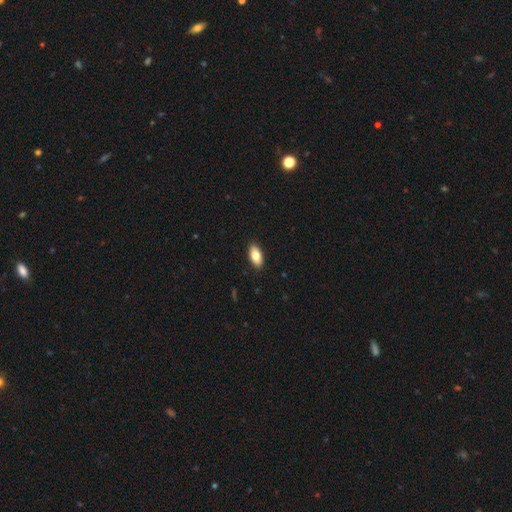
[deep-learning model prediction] Overall: smooth (78%). How rounded: in between (89%). Merging: none (90%).